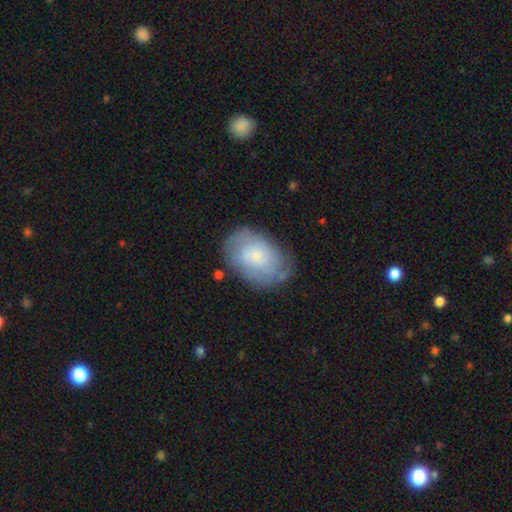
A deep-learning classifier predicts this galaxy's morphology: featured or disk 50%, smooth 43%, star or artifact 8%. Down the decision tree: merging — none (67%).